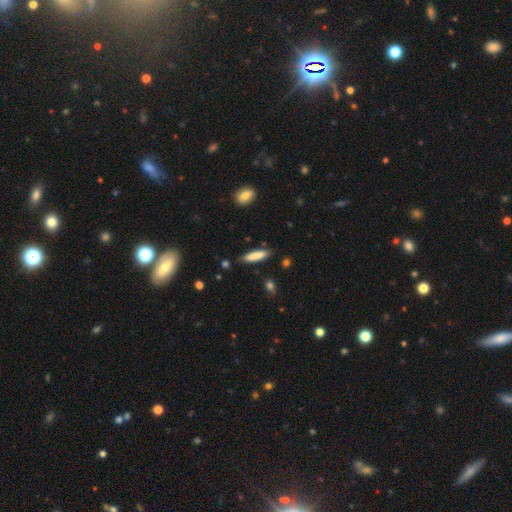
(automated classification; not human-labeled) Overall: smooth (84%). How rounded: cigar-shaped (78%). Merging: none (86%).